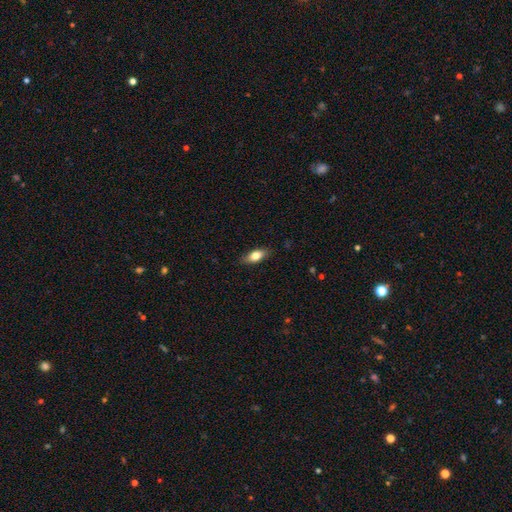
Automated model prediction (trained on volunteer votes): smooth_or_featured: smooth (p=0.77) [alt: featured or disk p=0.16]
how_rounded: in between (p=0.83) [alt: cigar-shaped p=0.13]
merging: none (p=0.85) [alt: minor disturbance p=0.11]